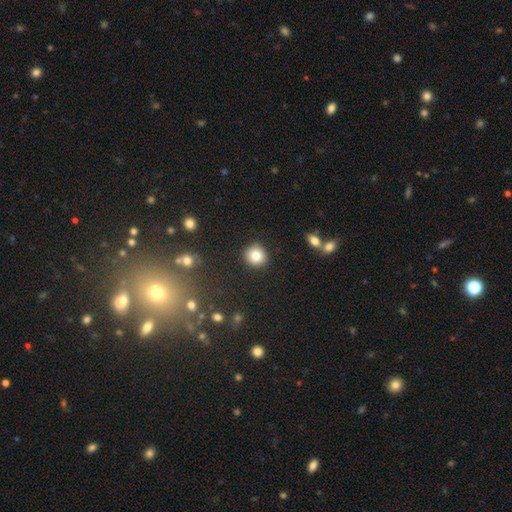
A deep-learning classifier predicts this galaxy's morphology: smooth-or-featured: smooth: 85% | star or artifact: 10% | featured or disk: 6%
  how-rounded: round: 91% | in between: 8% | cigar-shaped: 1%
  merging: none: 89% | minor disturbance: 7% | major disturbance: 2% | merger: 2%